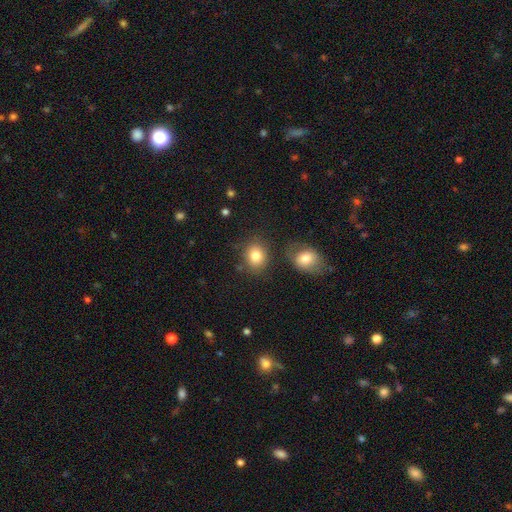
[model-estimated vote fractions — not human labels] Overall: smooth (82%). How rounded: round (59%; in between 40%). Merging: none (72%).